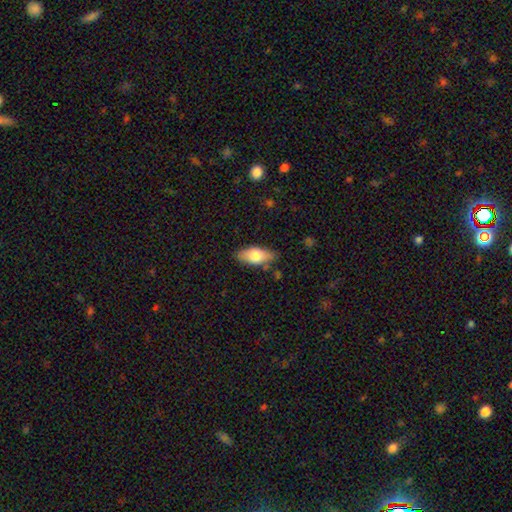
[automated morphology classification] This appears to be a smooth galaxy with no disk features (71%) that is in between round and cigar-shaped (86%). Merging: none (82%).